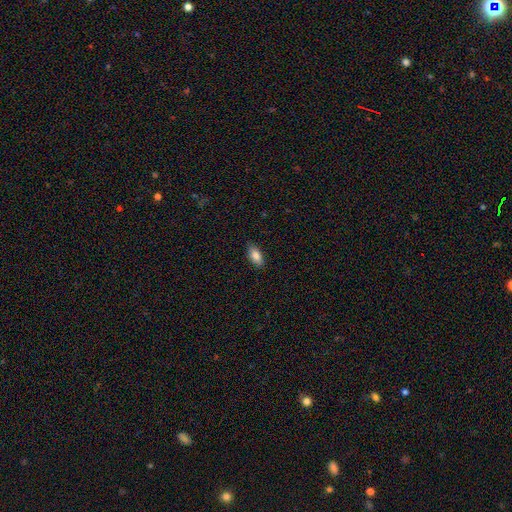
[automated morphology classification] A smooth galaxy with no disk features (85%) that is in between round and cigar-shaped (90%). Merging: none (85%).